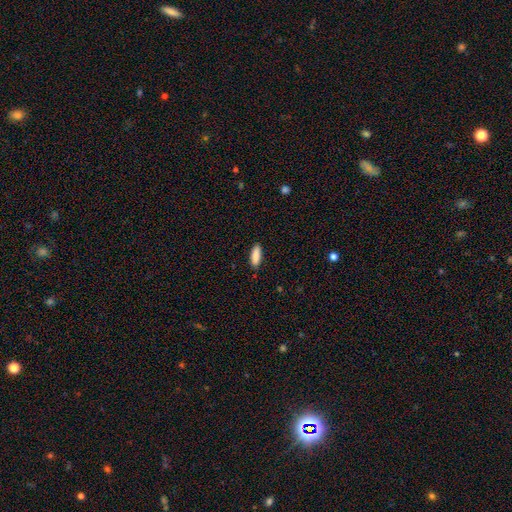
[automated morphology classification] smooth 88%, star or artifact 6%, featured or disk 6%. Down the decision tree: how rounded — in between (63%); merging — none (88%).